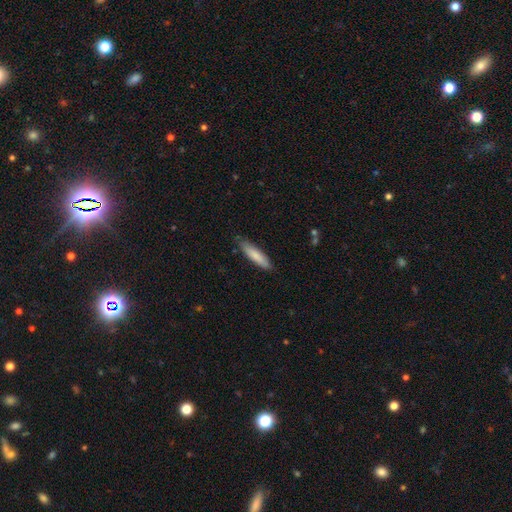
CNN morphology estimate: smooth 82%, featured or disk 13%, star or artifact 5%. Down the decision tree: how rounded — cigar-shaped (75%); merging — none (84%).